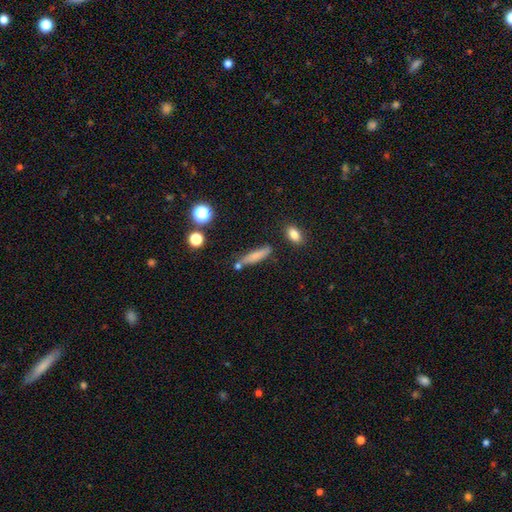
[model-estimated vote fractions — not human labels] Smooth or featured?
  - smooth: 71% *
  - featured or disk: 19%
  - star or artifact: 10%
How rounded?
  - cigar-shaped: 77% *
  - in between: 20%
  - round: 3%
Merging?
  - none: 69% *
  - minor disturbance: 16%
  - merger: 10%
  - major disturbance: 4%